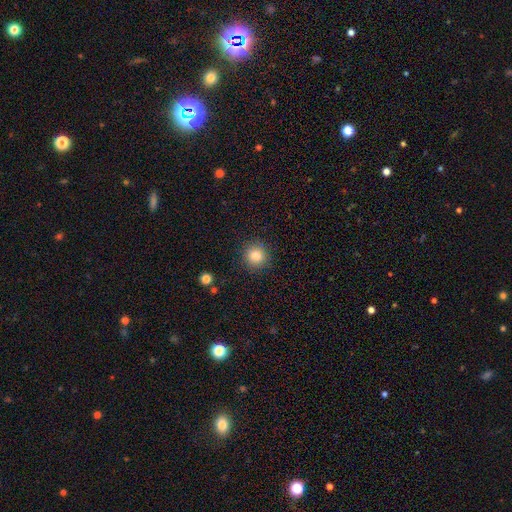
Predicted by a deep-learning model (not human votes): This appears to be a smooth galaxy with no disk features (83%) that is round (93%). Merging: none (90%).